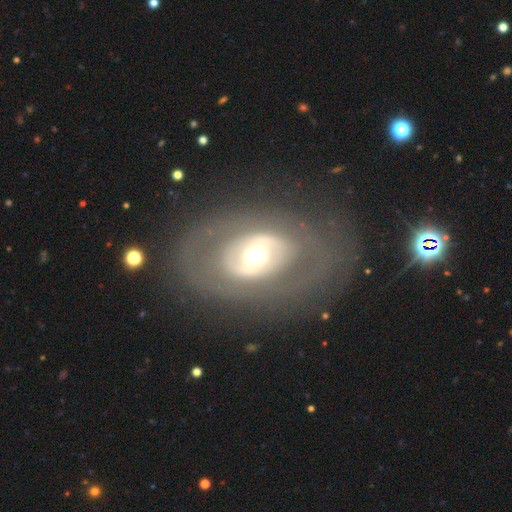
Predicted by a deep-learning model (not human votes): The model was most divided on "bar": no: 59%, weak: 23%, strong: 18%. More confident: edge-on disk — no (92%); merging — none (77%); spiral arms — no (76%); smooth or featured — featured or disk (65%); bulge size — moderate (63%).